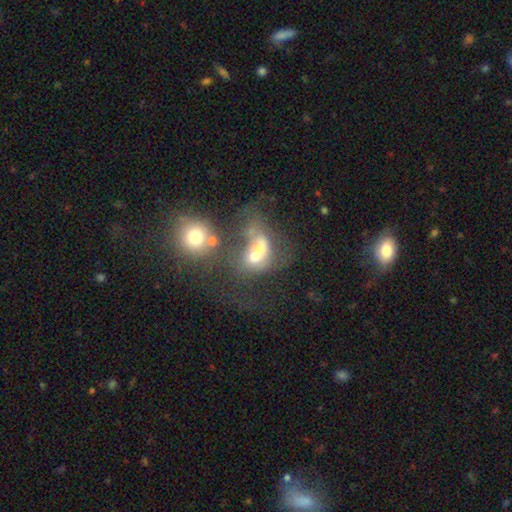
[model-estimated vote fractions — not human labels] Smooth or featured? Predicted: featured or disk (p=0.44). Merging? Predicted: merger (p=0.57).